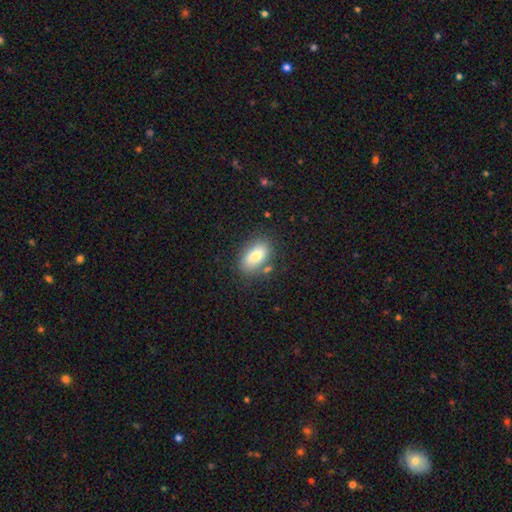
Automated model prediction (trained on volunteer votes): Q: Smooth or featured?
A: smooth (82%); runner-up: featured or disk (11%)
Q: How rounded?
A: in between (90%); runner-up: round (6%)
Q: Merging?
A: none (77%); runner-up: minor disturbance (14%)